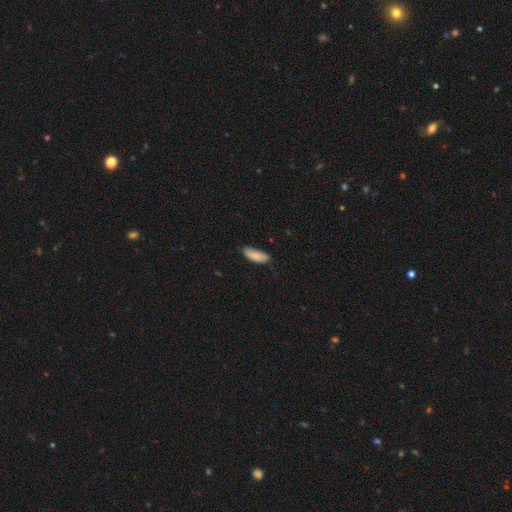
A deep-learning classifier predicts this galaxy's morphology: Smooth or featured? Predicted: smooth (p=0.86). How rounded? Predicted: in between (p=0.70). Merging? Predicted: none (p=0.72).